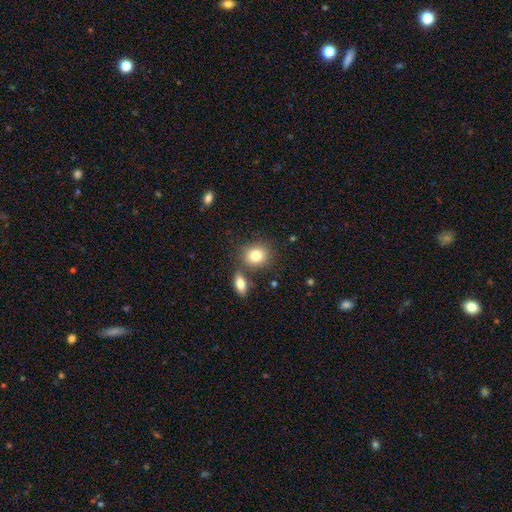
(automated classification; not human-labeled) smooth 81%, featured or disk 10%, star or artifact 9%. Down the decision tree: how rounded — round (65%); merging — none (69%).